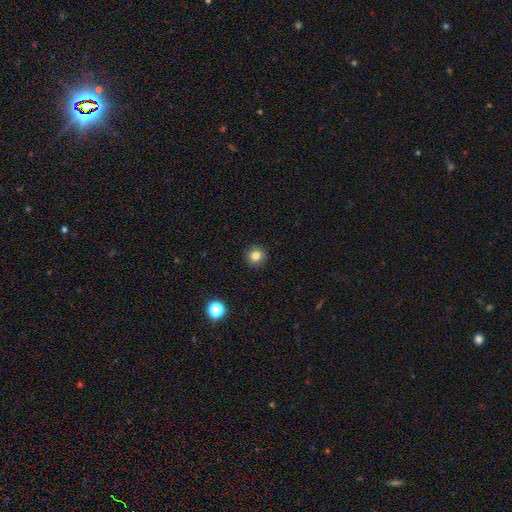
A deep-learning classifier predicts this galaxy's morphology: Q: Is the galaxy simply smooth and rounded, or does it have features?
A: smooth — 81%.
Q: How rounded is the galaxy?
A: round — 95%.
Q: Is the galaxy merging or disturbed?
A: none — 93%.